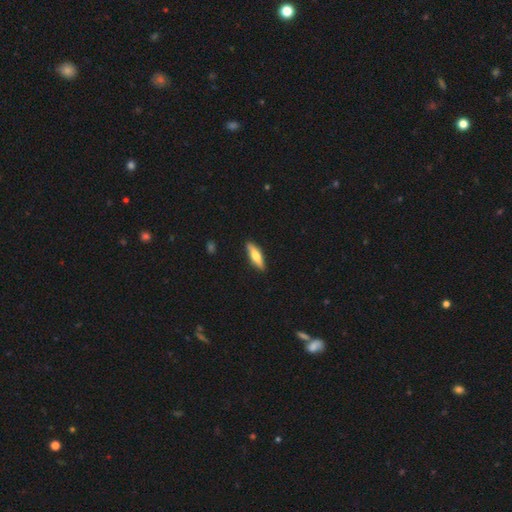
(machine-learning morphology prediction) smooth 64%, featured or disk 31%, star or artifact 5%. Down the decision tree: how rounded — cigar-shaped (62%); merging — none (88%).